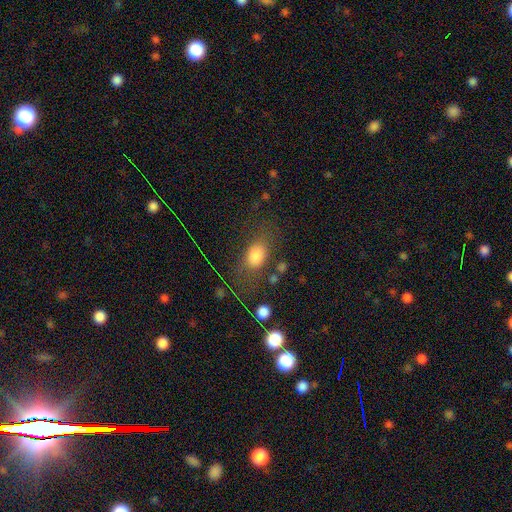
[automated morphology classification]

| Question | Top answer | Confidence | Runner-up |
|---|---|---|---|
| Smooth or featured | smooth | 76% | star or artifact (13%) |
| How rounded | in between | 75% | round (22%) |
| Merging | none | 62% | minor disturbance (19%) |